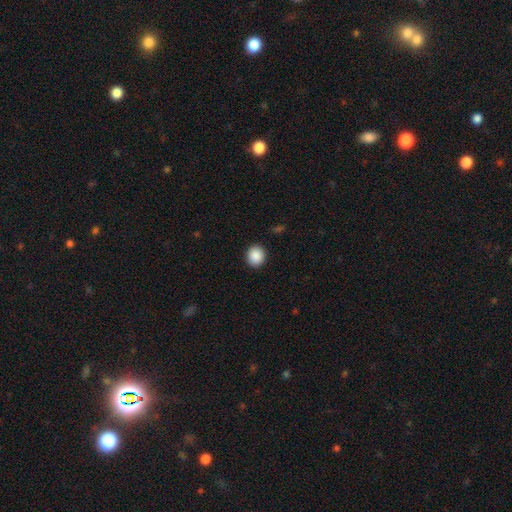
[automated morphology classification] This appears to be a smooth galaxy with no disk features (89%) that is round (79%). Merging: none (92%).